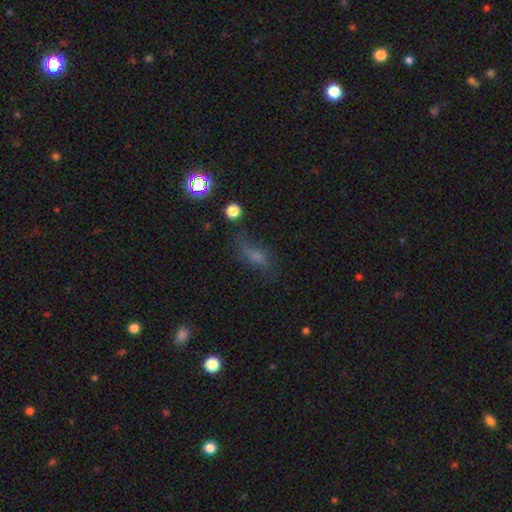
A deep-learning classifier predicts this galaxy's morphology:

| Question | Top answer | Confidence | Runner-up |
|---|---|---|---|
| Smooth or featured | smooth | 50% | featured or disk (26%) |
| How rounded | in between | 64% | cigar-shaped (25%) |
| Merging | none | 59% | minor disturbance (24%) |